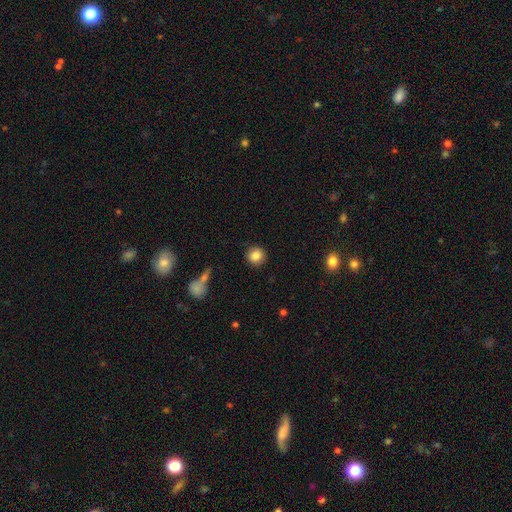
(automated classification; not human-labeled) Smooth or featured: smooth — 85% (star or artifact — 9%)
How rounded: round — 92% (in between — 7%)
Merging: none — 89% (minor disturbance — 7%)